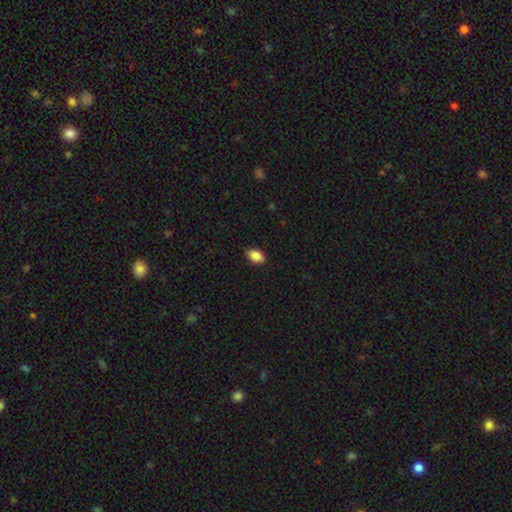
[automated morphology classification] Smooth or featured? Predicted: smooth (p=0.87). How rounded? Predicted: in between (p=0.89). Merging? Predicted: none (p=0.87).